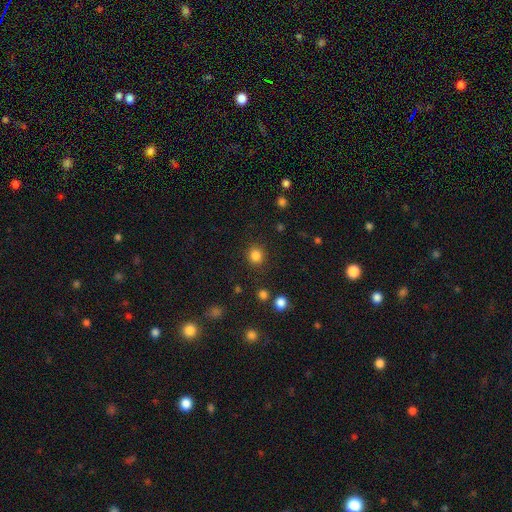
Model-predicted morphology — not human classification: Smooth or featured?
  - smooth: 84% *
  - star or artifact: 13%
  - featured or disk: 4%
How rounded?
  - round: 89% *
  - in between: 10%
  - cigar-shaped: 1%
Merging?
  - none: 89% *
  - minor disturbance: 7%
  - major disturbance: 3%
  - merger: 2%